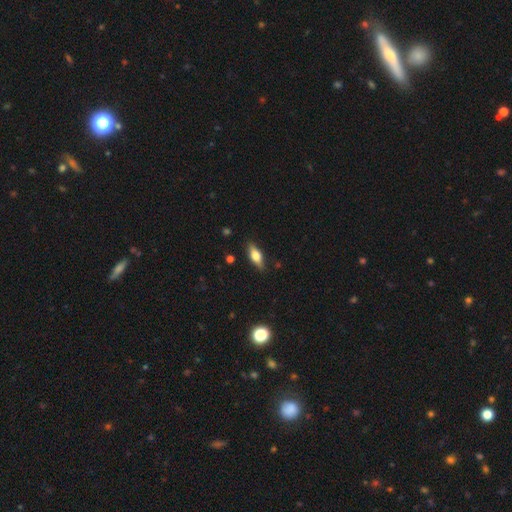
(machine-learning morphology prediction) Smooth or featured: smooth — 54% (featured or disk — 39%)
How rounded: in between — 68% (cigar-shaped — 28%)
Merging: none — 85% (minor disturbance — 11%)